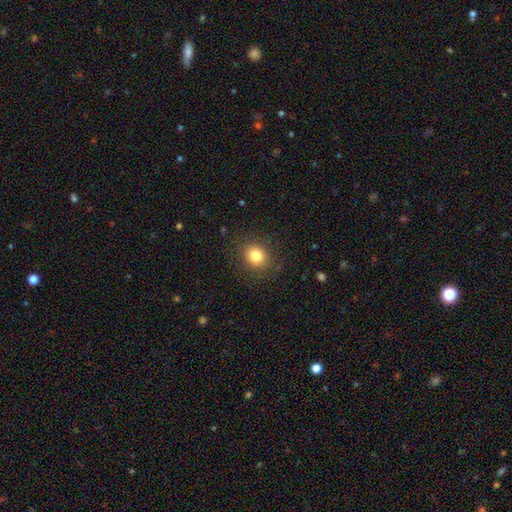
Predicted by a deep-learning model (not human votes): A smooth galaxy with no disk features (81%) that is round (80%). Merging: none (87%).